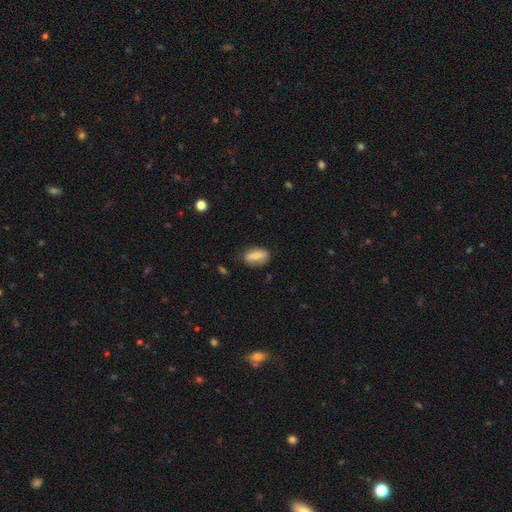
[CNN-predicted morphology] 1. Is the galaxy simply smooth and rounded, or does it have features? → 74% smooth, 18% featured or disk, 7% star or artifact.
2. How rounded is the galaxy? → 79% in between, 15% cigar-shaped, 6% round.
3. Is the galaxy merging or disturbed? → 76% none, 18% minor disturbance, 4% major disturbance, 2% merger.